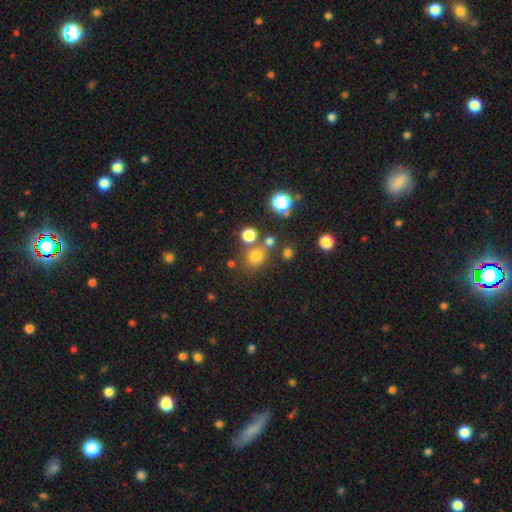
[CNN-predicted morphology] smooth_or_featured: smooth (p=0.72) [alt: star or artifact p=0.21]
how_rounded: round (p=0.80) [alt: in between p=0.19]
merging: none (p=0.69) [alt: merger p=0.16]